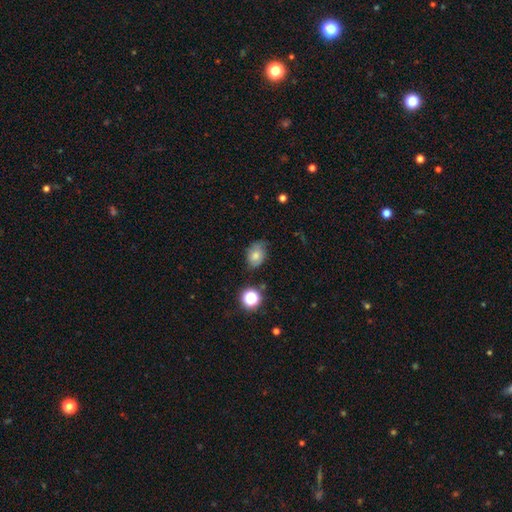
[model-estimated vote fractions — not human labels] Overall: smooth (74%). How rounded: in between (70%). Merging: none (68%).